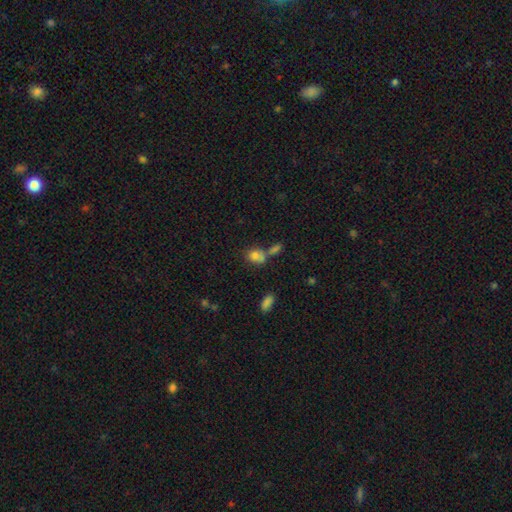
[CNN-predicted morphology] smooth 78%, star or artifact 11%, featured or disk 11%. Down the decision tree: how rounded — round (49%, tied with in between); merging — merger (41%, tied with none).